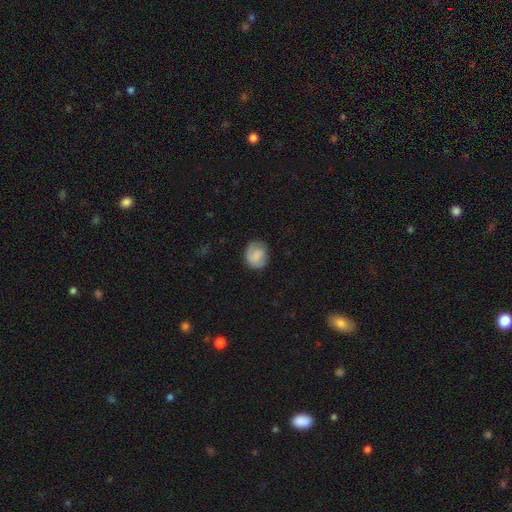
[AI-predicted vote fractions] Overall: smooth (75%). How rounded: round (67%; in between 32%). Merging: none (76%).